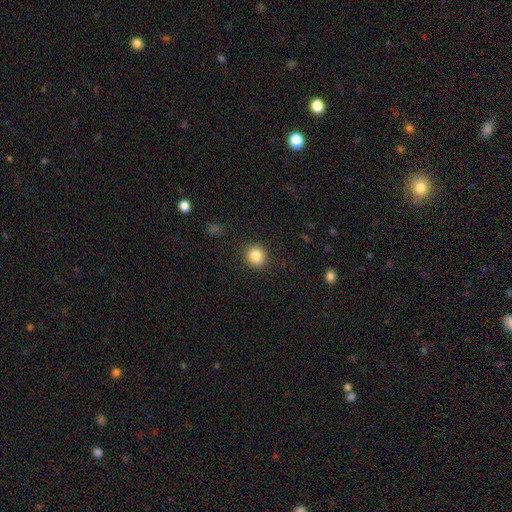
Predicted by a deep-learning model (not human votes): Smooth or featured?
  - smooth: 84% *
  - star or artifact: 10%
  - featured or disk: 6%
How rounded?
  - round: 89% *
  - in between: 10%
  - cigar-shaped: 1%
Merging?
  - none: 90% *
  - minor disturbance: 7%
  - major disturbance: 2%
  - merger: 1%